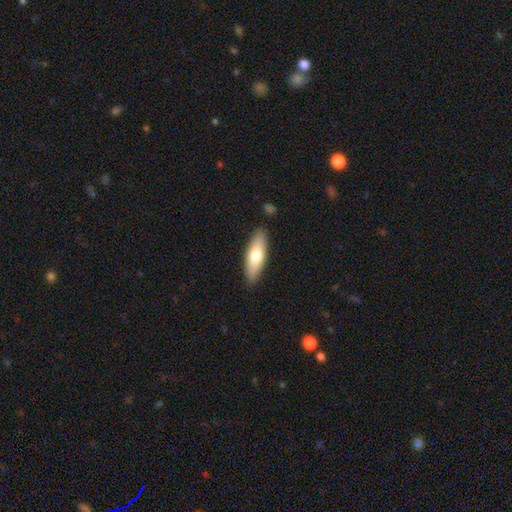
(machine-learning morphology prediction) A smooth galaxy with no disk features (69%) that is in between round and cigar-shaped (55%).

Vote fractions:
- Smooth or featured? smooth: 69% / featured or disk: 26% / star or artifact: 5%
- How rounded? in between: 55% / cigar-shaped: 43% / round: 2%
- Merging? none: 88% / minor disturbance: 9% / major disturbance: 2% / merger: 1%